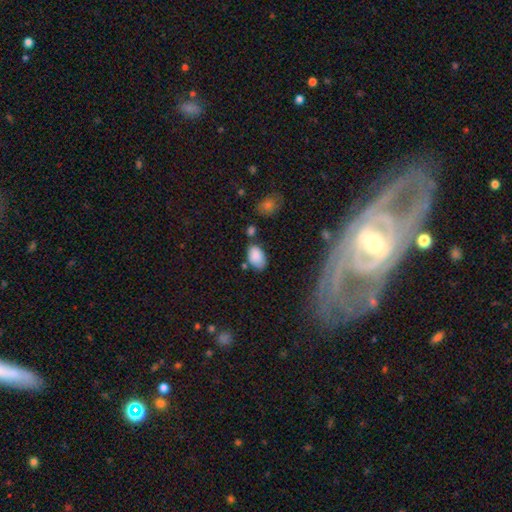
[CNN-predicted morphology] This appears to be a smooth galaxy with no disk features (85%) that is in between round and cigar-shaped (91%). Merging: none (63%).